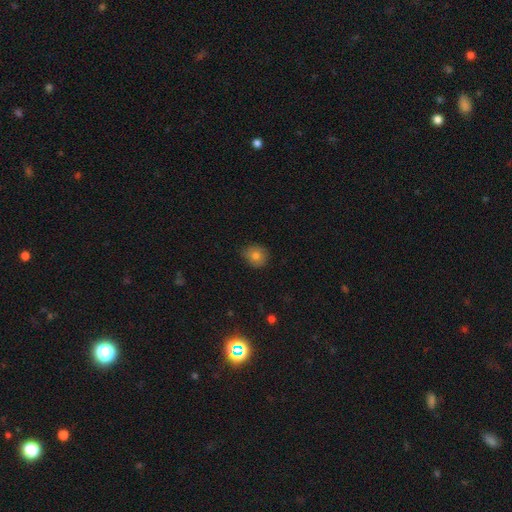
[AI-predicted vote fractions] Smooth or featured? Predicted: smooth (p=0.79). How rounded? Predicted: round (p=0.79). Merging? Predicted: none (p=0.76).